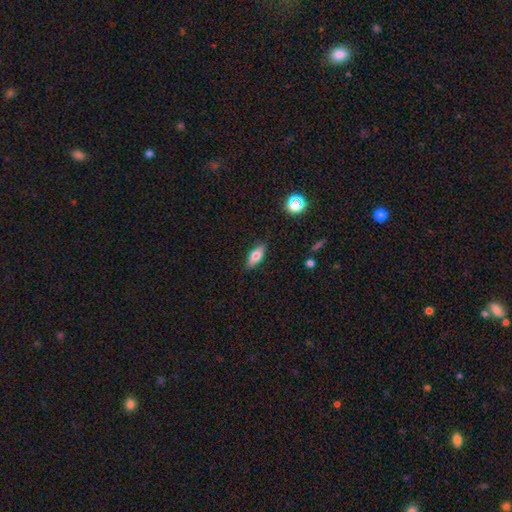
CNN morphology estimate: A smooth galaxy with no disk features (73%) that is in between round and cigar-shaped (78%). Merging: none (86%).